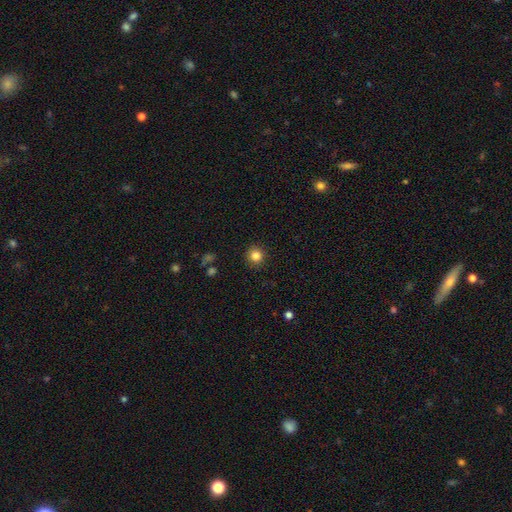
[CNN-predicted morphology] smooth-or-featured: smooth: 83% | star or artifact: 11% | featured or disk: 6%
  how-rounded: round: 93% | in between: 6% | cigar-shaped: 1%
  merging: none: 91% | minor disturbance: 6% | major disturbance: 2% | merger: 1%